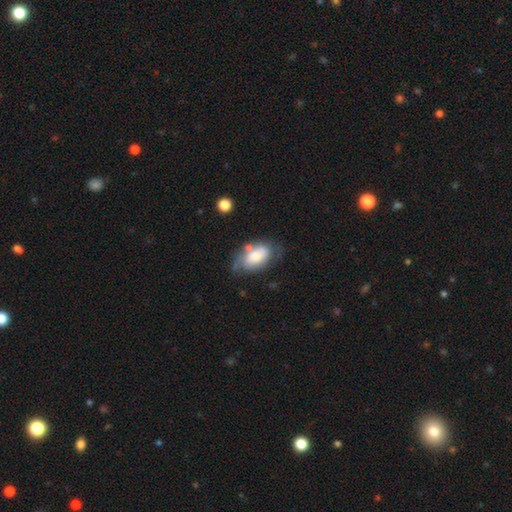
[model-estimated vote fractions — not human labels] Morphology: type=smooth (53%); roundness=in between (91%); merging=none (47%).